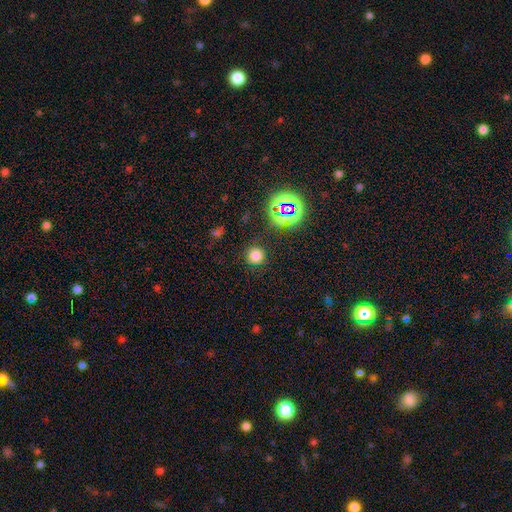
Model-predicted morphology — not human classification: Q: Smooth or featured?
A: smooth (72%); runner-up: star or artifact (22%)
Q: How rounded?
A: round (94%); runner-up: in between (5%)
Q: Merging?
A: none (88%); runner-up: minor disturbance (7%)